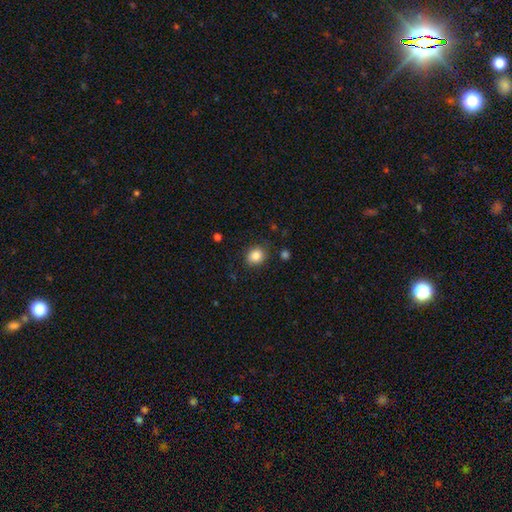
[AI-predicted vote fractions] This is clearly a smooth galaxy (85%). How rounded: likely round (65%). Merging: clearly none (83%).